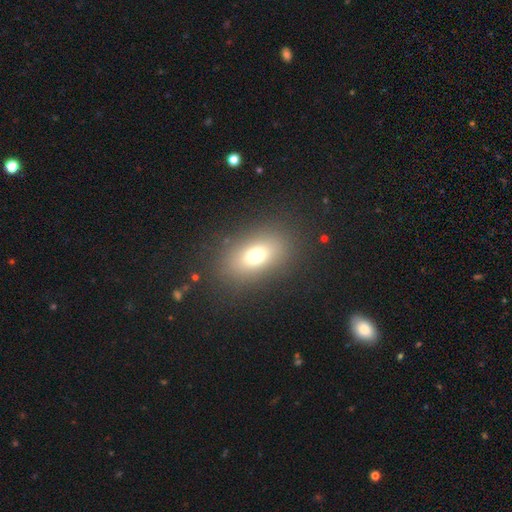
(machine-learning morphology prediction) type=smooth (72%); roundness=in between (81%); merging=none (85%).